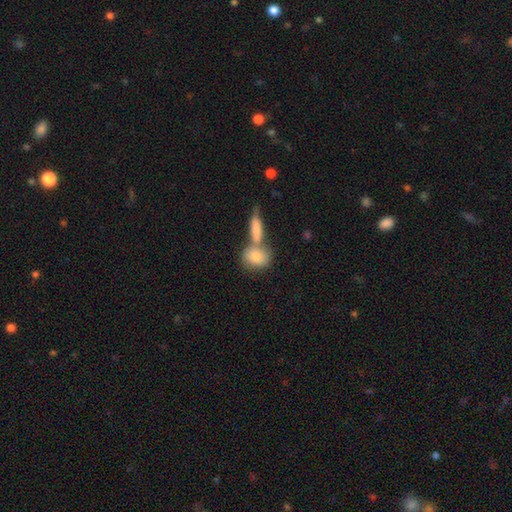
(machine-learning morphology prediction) Q: Smooth or featured?
A: smooth (78%); runner-up: featured or disk (15%)
Q: How rounded?
A: in between (65%); runner-up: round (27%)
Q: Merging?
A: merger (53%); runner-up: none (33%)